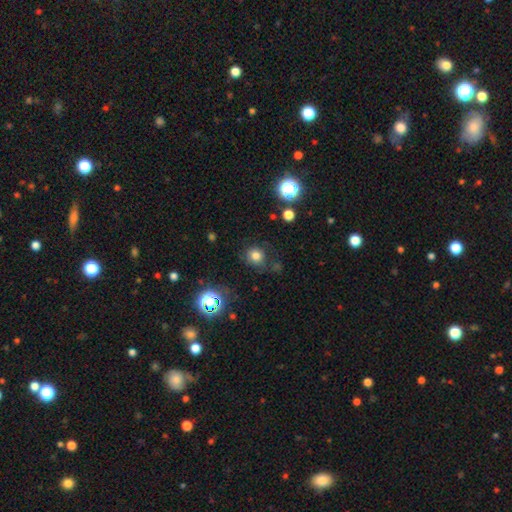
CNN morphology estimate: The model was most divided on "smooth or featured": smooth: 75%, star or artifact: 17%, featured or disk: 8%. More confident: how rounded — round (81%); merging — none (75%).